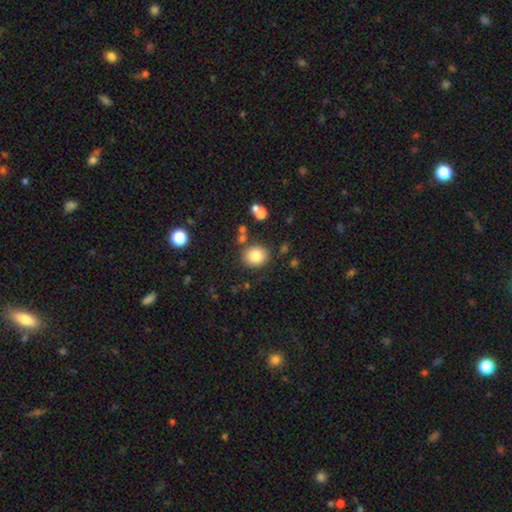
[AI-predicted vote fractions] Smooth or featured? smooth (81%)
How rounded? round (75%)
Merging? none (82%)